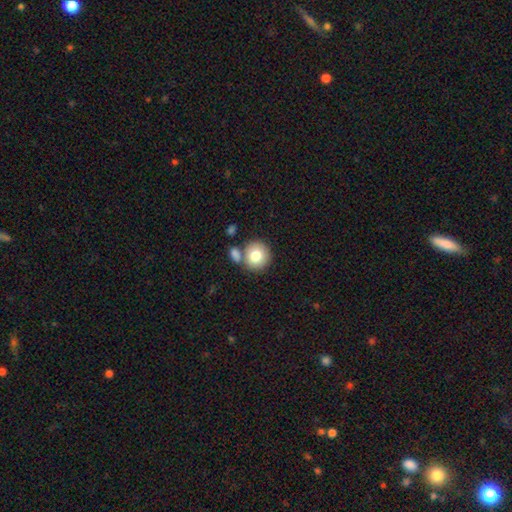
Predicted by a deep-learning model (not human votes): Morphology: type=smooth (79%); roundness=round (88%); merging=none (64%).